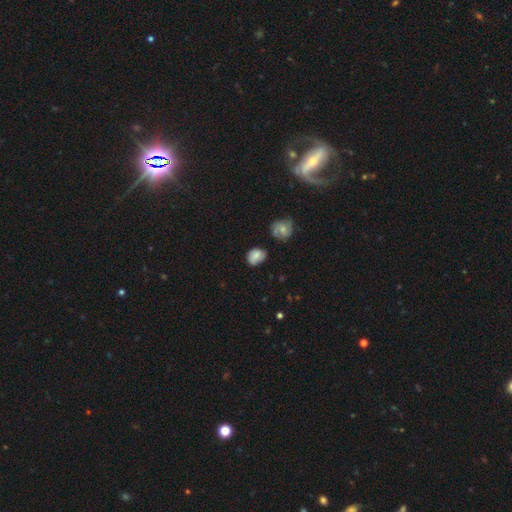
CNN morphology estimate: Q: Smooth or featured?
A: smooth (78%); runner-up: featured or disk (13%)
Q: How rounded?
A: in between (61%); runner-up: round (37%)
Q: Merging?
A: none (60%); runner-up: minor disturbance (29%)